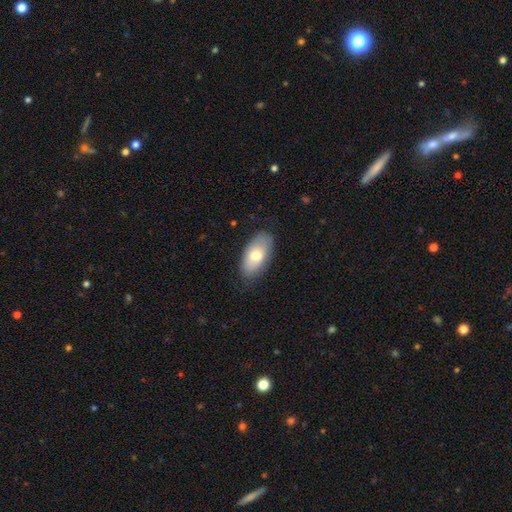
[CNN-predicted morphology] The model was most divided on "smooth or featured": smooth: 71%, featured or disk: 23%, star or artifact: 6%. More confident: how rounded — in between (93%); merging — none (80%).